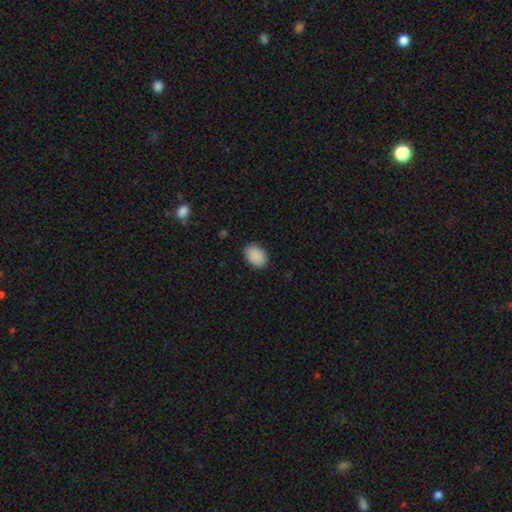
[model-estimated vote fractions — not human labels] Smooth or featured? smooth (90%)
How rounded? in between (79%)
Merging? none (88%)